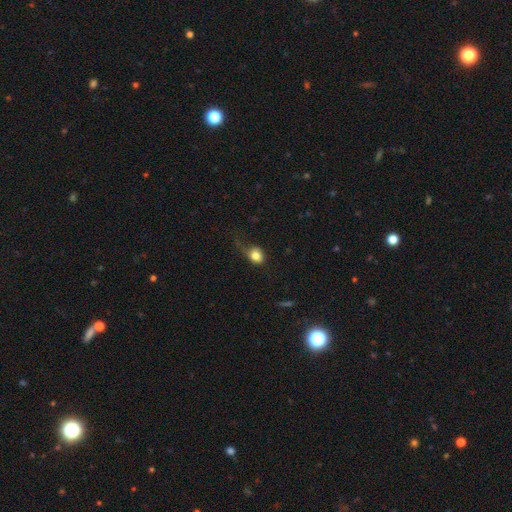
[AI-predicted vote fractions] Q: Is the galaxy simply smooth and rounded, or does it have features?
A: smooth — 80%.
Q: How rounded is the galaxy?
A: round — 55%.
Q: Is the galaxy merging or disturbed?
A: none — 40%.